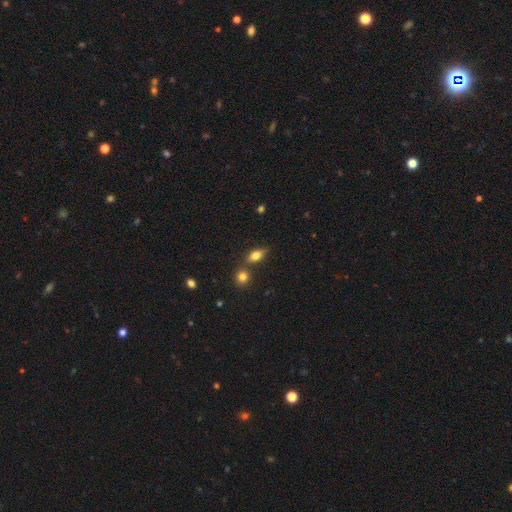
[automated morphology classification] Smooth or featured? smooth (75%)
How rounded? in between (80%)
Merging? none (67%)